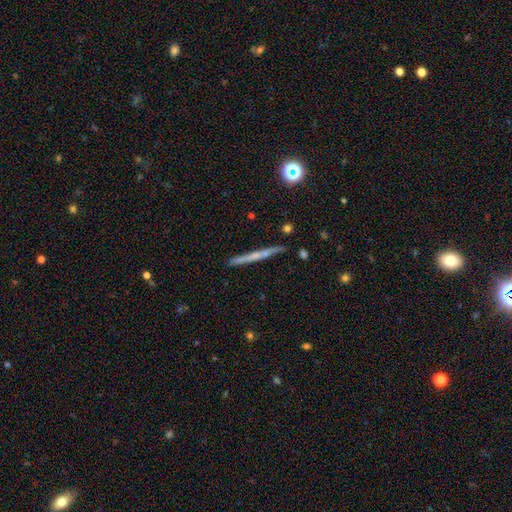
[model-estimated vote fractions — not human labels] Q: Smooth or featured?
A: featured or disk (55%); runner-up: smooth (36%)
Q: Edge-on disk?
A: yes (97%); runner-up: no (3%)
Q: Edge-on bulge?
A: none (74%); runner-up: rounded (20%)
Q: Merging?
A: none (90%); runner-up: minor disturbance (7%)